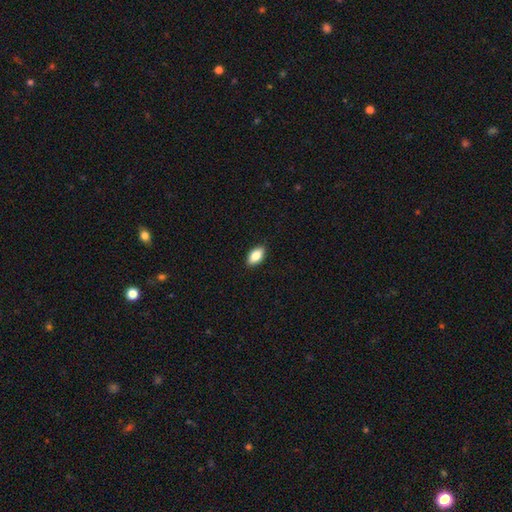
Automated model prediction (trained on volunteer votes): smooth_or_featured: smooth (p=0.84) [alt: featured or disk p=0.09]
how_rounded: in between (p=0.92) [alt: round p=0.04]
merging: none (p=0.89) [alt: minor disturbance p=0.08]